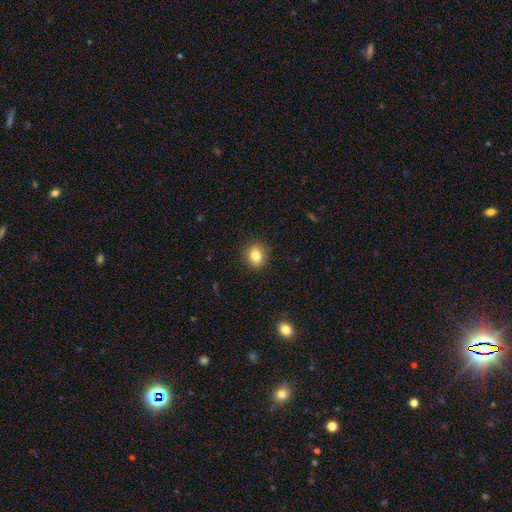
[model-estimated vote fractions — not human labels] Smooth or featured?
  - smooth: 83% *
  - star or artifact: 10%
  - featured or disk: 7%
How rounded?
  - round: 79% *
  - in between: 20%
  - cigar-shaped: 1%
Merging?
  - none: 89% *
  - minor disturbance: 8%
  - major disturbance: 2%
  - merger: 1%